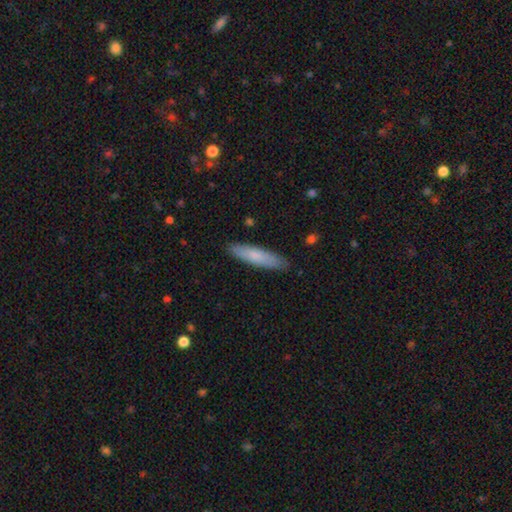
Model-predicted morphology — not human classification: Smooth or featured: smooth — 75% (featured or disk — 19%)
How rounded: cigar-shaped — 80% (in between — 19%)
Merging: none — 88% (minor disturbance — 9%)